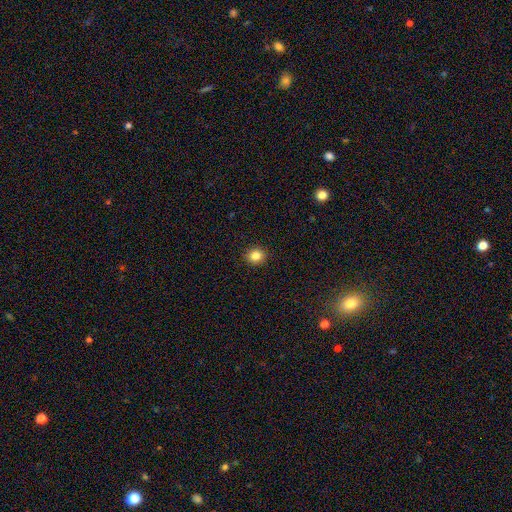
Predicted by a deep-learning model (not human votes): Smooth or featured? Predicted: smooth (p=0.84). How rounded? Predicted: round (p=0.83). Merging? Predicted: none (p=0.92).